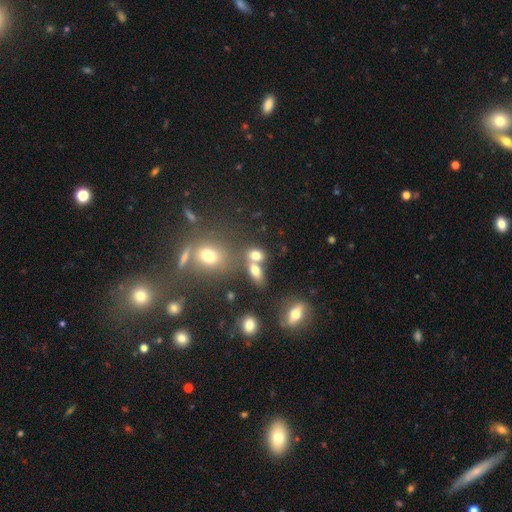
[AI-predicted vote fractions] Overall: smooth (71%). How rounded: in between (64%; round 32%). Merging: none (45%; merger 38%).